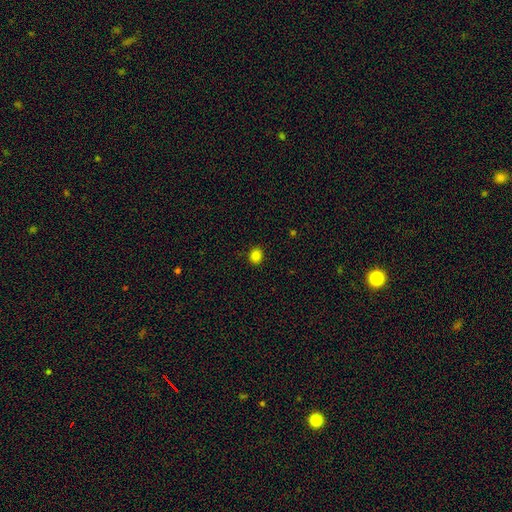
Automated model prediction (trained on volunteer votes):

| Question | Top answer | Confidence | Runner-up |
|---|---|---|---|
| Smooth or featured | smooth | 84% | star or artifact (13%) |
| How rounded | round | 64% | in between (35%) |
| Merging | none | 90% | minor disturbance (7%) |